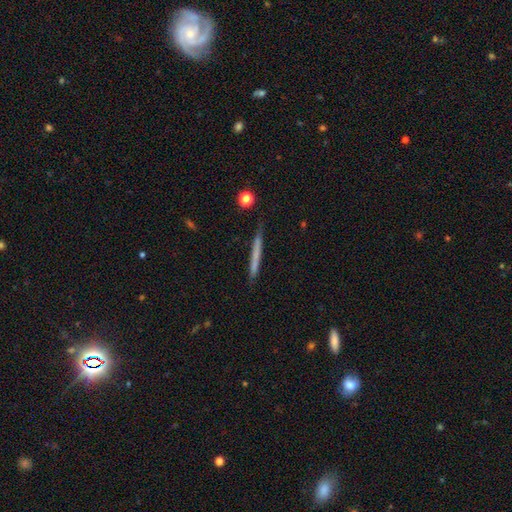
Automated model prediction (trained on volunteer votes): Q: Smooth or featured?
A: smooth (55%); runner-up: featured or disk (38%)
Q: How rounded?
A: cigar-shaped (96%); runner-up: in between (2%)
Q: Merging?
A: none (85%); runner-up: minor disturbance (11%)